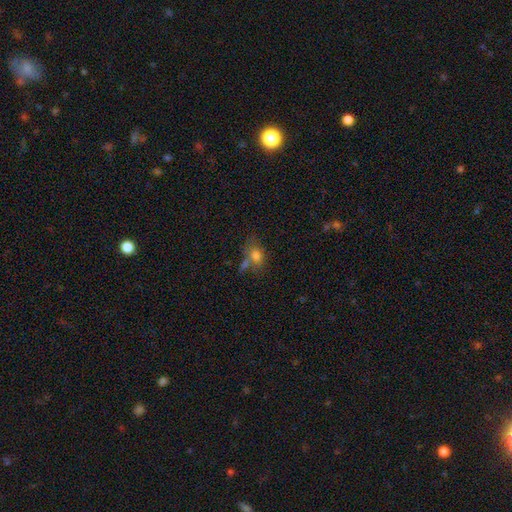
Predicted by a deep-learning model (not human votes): smooth_or_featured: smooth (p=0.73) [alt: featured or disk p=0.15]
how_rounded: in between (p=0.75) [alt: round p=0.21]
merging: none (p=0.43) [alt: merger p=0.27]